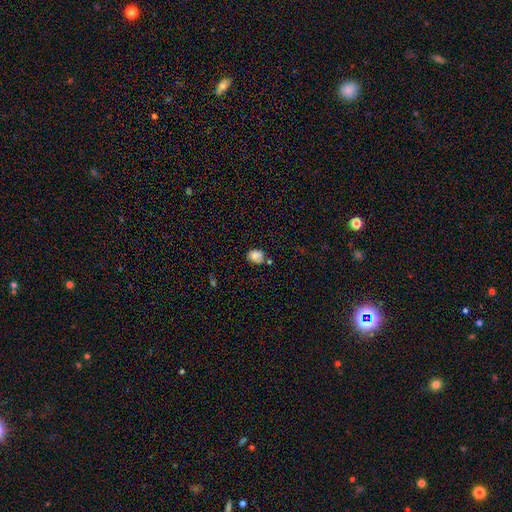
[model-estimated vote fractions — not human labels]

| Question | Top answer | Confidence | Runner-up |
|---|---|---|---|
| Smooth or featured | smooth | 75% | star or artifact (14%) |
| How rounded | round | 53% | in between (45%) |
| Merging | none | 64% | minor disturbance (22%) |